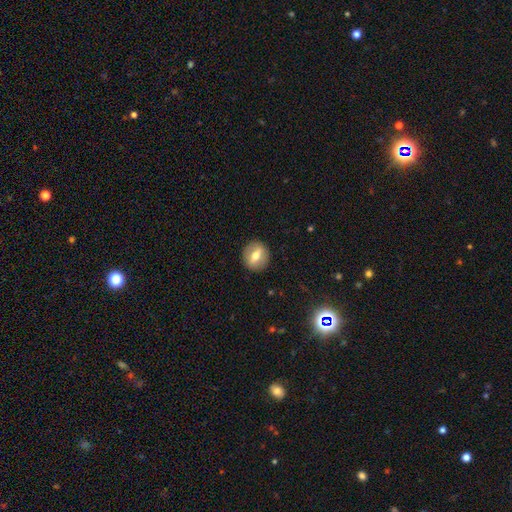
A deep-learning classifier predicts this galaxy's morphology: A smooth galaxy with no disk features (55%) that is round (80%). Merging: none (90%).